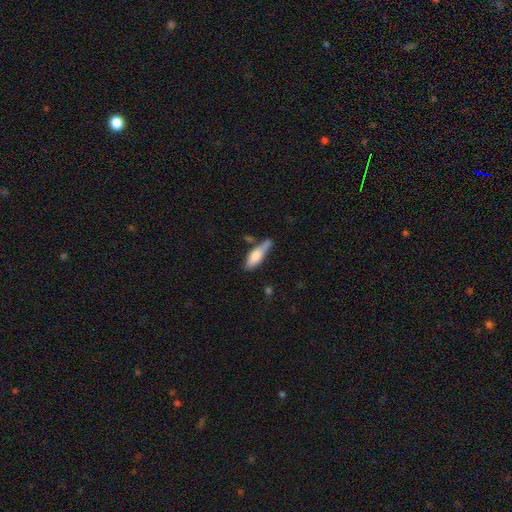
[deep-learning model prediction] smooth_or_featured: smooth (p=0.76) [alt: featured or disk p=0.18]
how_rounded: in between (p=0.54) [alt: cigar-shaped p=0.44]
merging: none (p=0.45) [alt: minor disturbance p=0.29]